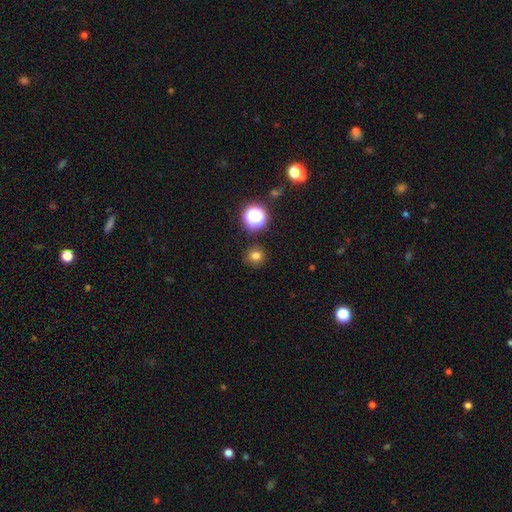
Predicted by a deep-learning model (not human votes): Morphology: type=smooth (76%); roundness=round (91%); merging=none (89%).